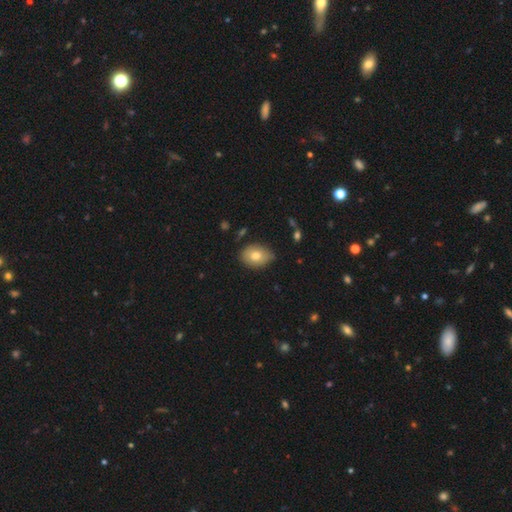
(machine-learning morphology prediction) Overall: smooth (77%). How rounded: in between (72%). Merging: none (76%).